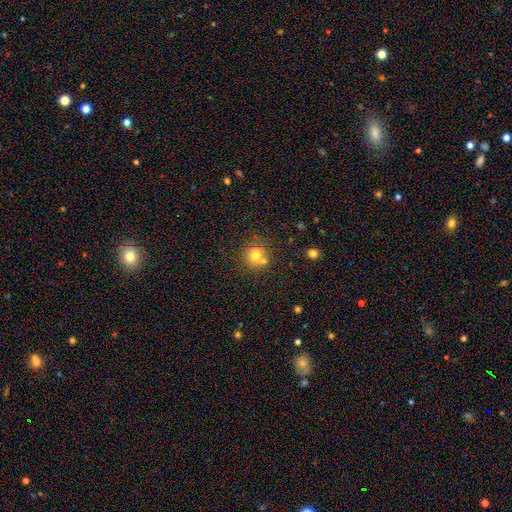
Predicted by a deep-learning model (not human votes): Overall: smooth (73%). How rounded: round (90%). Merging: none (64%).